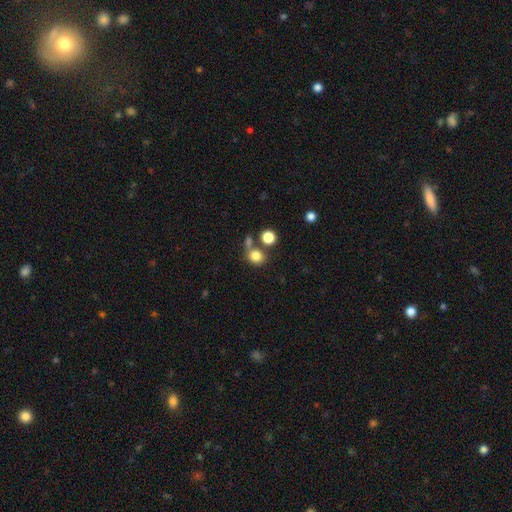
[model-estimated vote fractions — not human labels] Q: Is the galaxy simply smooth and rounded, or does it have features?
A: smooth — 81%.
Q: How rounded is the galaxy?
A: round — 76%.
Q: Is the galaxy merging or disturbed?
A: none — 57%.